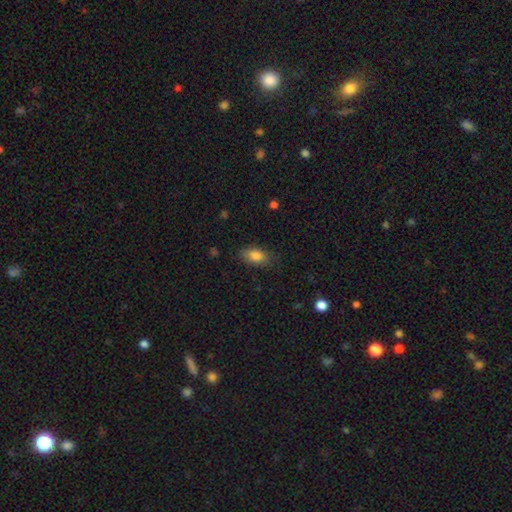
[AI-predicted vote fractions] Smooth or featured?
  - smooth: 84% *
  - featured or disk: 8%
  - star or artifact: 8%
How rounded?
  - in between: 89% *
  - round: 6%
  - cigar-shaped: 5%
Merging?
  - none: 79% *
  - minor disturbance: 16%
  - major disturbance: 4%
  - merger: 1%